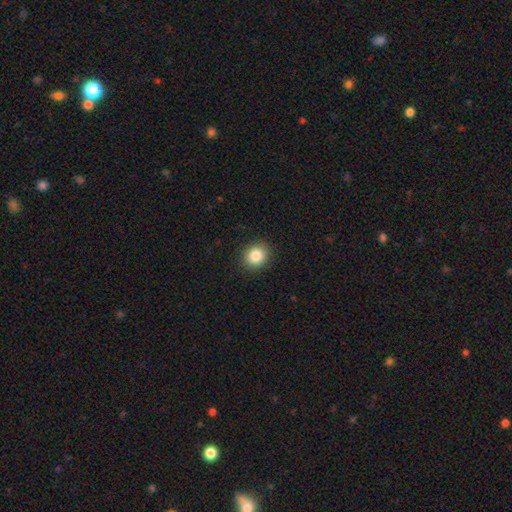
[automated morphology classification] Smooth or featured: smooth — 85% (star or artifact — 9%)
How rounded: round — 72% (in between — 27%)
Merging: none — 90% (minor disturbance — 7%)